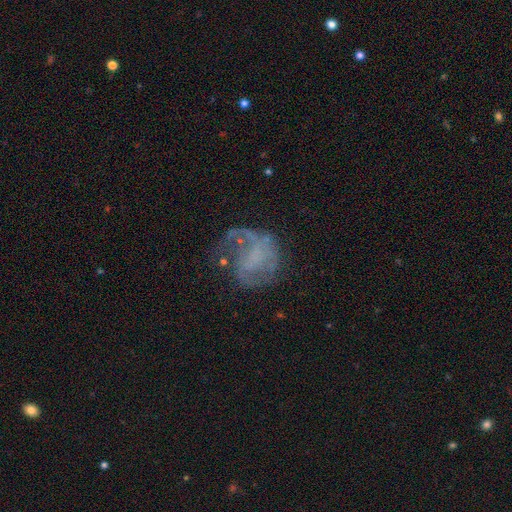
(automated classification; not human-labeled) smooth-or-featured: featured or disk: 71% | smooth: 18% | star or artifact: 11%
  disk-edge-on: no: 98% | yes: 2%
    bar: no: 57% | weak: 33% | strong: 10%
    has-spiral-arms: yes: 79% | no: 21%
      spiral-winding: medium: 41% | loose: 37% | tight: 23%
      spiral-arm-count: 2: 48% | 1: 22% | can't tell: 20% | 3: 6% | 4: 3% | more than 4: 2%
    bulge-size: none: 68% | small: 17% | moderate: 10% | large: 4% | dominant: 2%
  merging: none: 48% | major disturbance: 29% | minor disturbance: 20% | merger: 3%